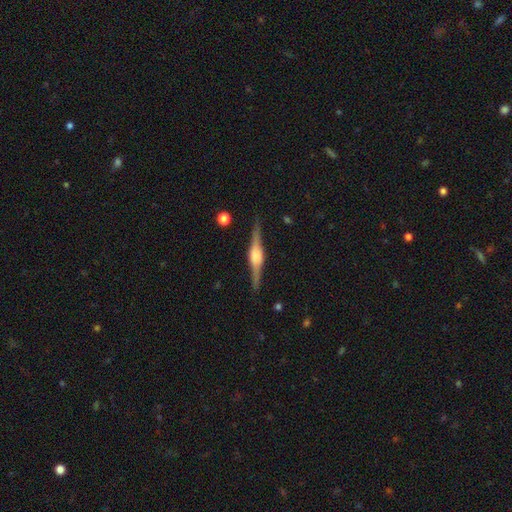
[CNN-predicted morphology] A featured or disk galaxy (84%) viewed edge-on (98%) with a rounded central bulge (83%). Merging: none (89%).